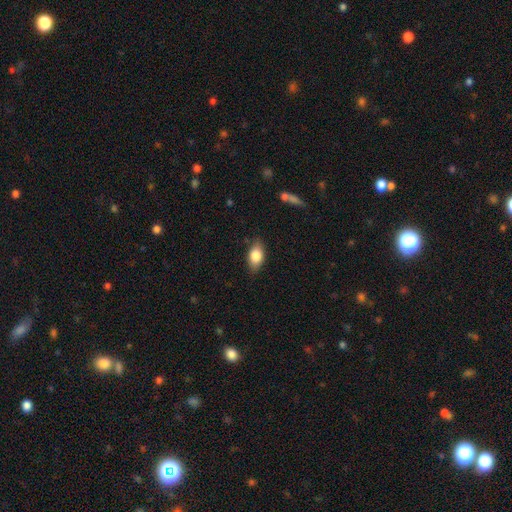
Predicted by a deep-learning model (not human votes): Smooth or featured?
  - smooth: 80% *
  - featured or disk: 12%
  - star or artifact: 7%
How rounded?
  - in between: 88% *
  - round: 8%
  - cigar-shaped: 4%
Merging?
  - none: 83% *
  - minor disturbance: 13%
  - major disturbance: 3%
  - merger: 1%